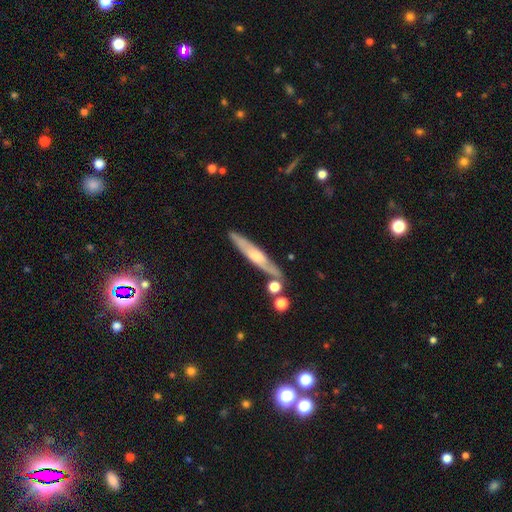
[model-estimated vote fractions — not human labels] Morphology: type=featured or disk (62%); edge-on=yes (86%); edge-on bulge=rounded (64%); merging=none (79%).